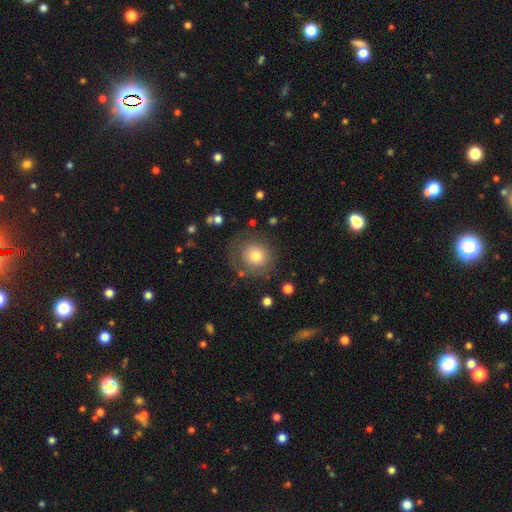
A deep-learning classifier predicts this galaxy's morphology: This is likely a smooth galaxy (73%). How rounded: clearly round (88%). Merging: likely none (70%).